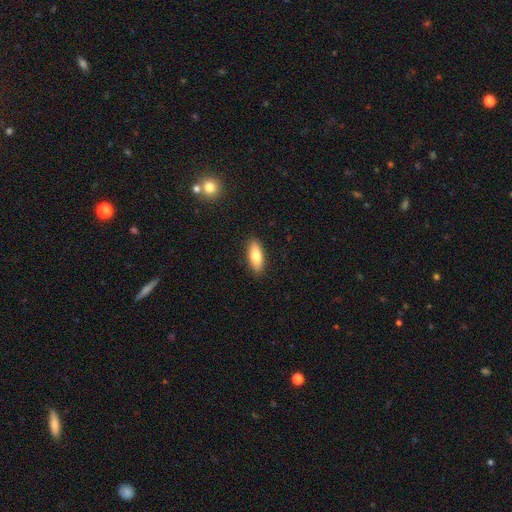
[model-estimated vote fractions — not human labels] Smooth or featured? Predicted: smooth (p=0.79). How rounded? Predicted: in between (p=0.73). Merging? Predicted: none (p=0.89).